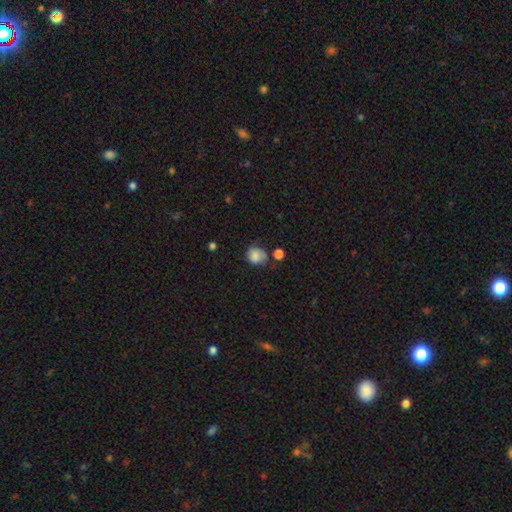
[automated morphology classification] Q: Smooth or featured?
A: smooth (82%); runner-up: star or artifact (10%)
Q: How rounded?
A: round (69%); runner-up: in between (30%)
Q: Merging?
A: none (55%); runner-up: minor disturbance (28%)